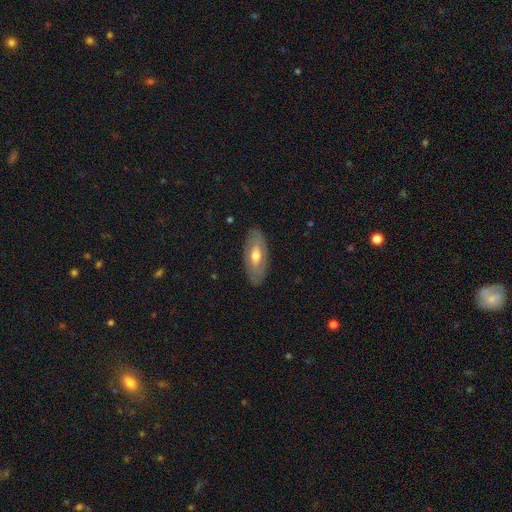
Morphology: type=featured or disk (55%); edge-on=no (86%); bar=weak (37%, tied with no); spiral arms=no (53%); bulge=moderate (63%); merging=none (90%).